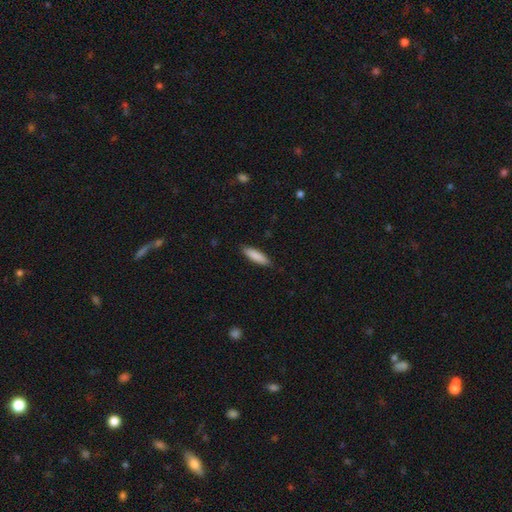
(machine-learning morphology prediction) This is clearly a smooth galaxy (87%). How rounded: likely cigar-shaped (65%). Merging: clearly none (88%).